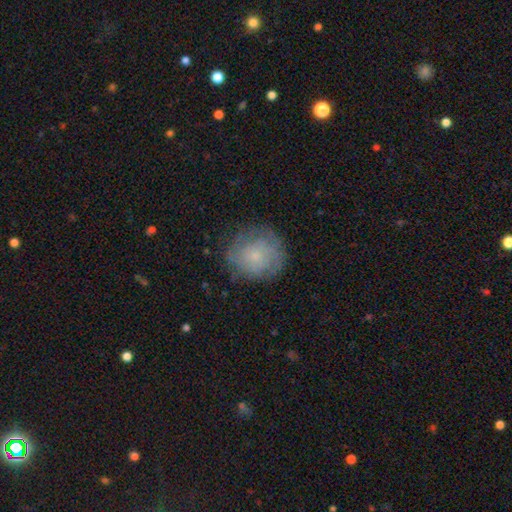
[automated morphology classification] type=smooth (57%); roundness=round (87%); merging=none (75%).